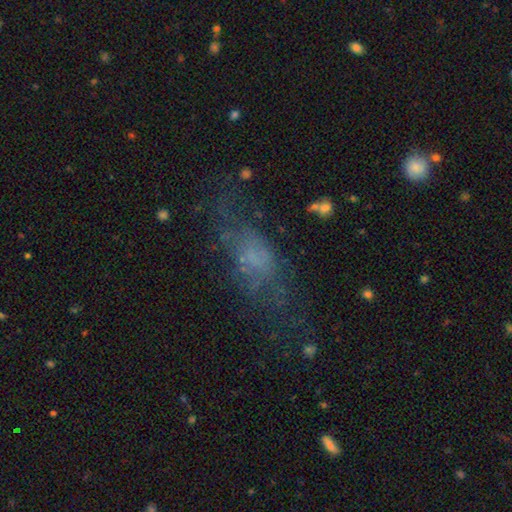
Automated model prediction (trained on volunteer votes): Overall: smooth (43%; featured or disk 39%). Merging: none (45%; major disturbance 29%).